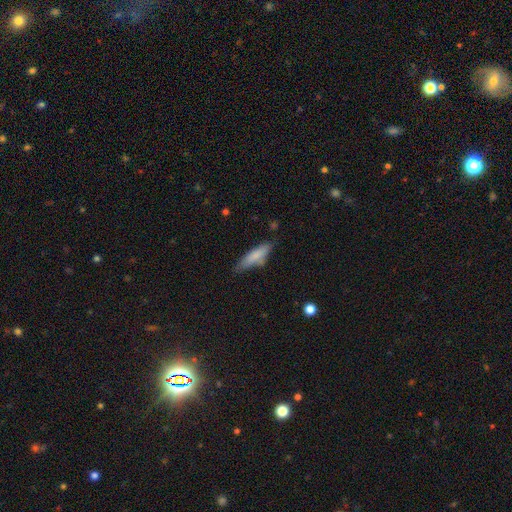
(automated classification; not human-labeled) Overall: smooth (78%). How rounded: cigar-shaped (67%; in between 32%). Merging: none (67%).